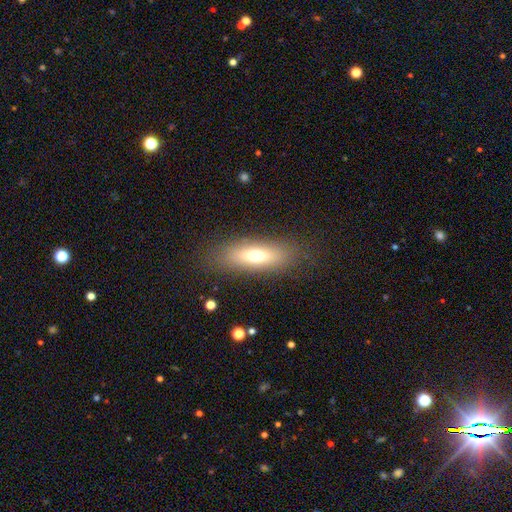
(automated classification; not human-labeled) A smooth galaxy with no disk features (66%) that is in between round and cigar-shaped (63%).

Vote fractions:
- Smooth or featured? smooth: 66% / featured or disk: 24% / star or artifact: 10%
- How rounded? in between: 63% / cigar-shaped: 33% / round: 4%
- Merging? none: 82% / minor disturbance: 11% / major disturbance: 6% / merger: 1%